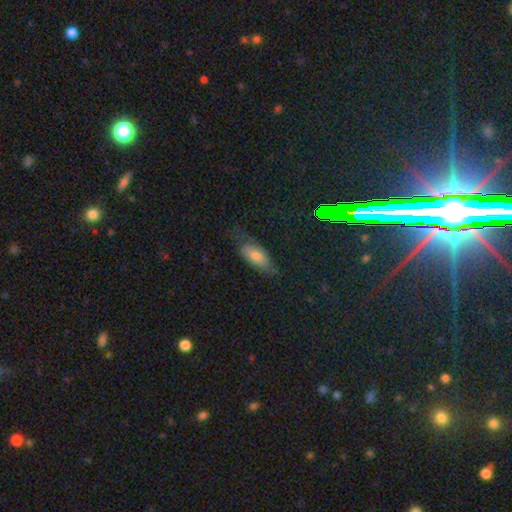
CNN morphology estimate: Smooth or featured?
  - smooth: 59% *
  - featured or disk: 28%
  - star or artifact: 13%
How rounded?
  - in between: 84% *
  - cigar-shaped: 12%
  - round: 4%
Merging?
  - none: 57% *
  - minor disturbance: 27%
  - major disturbance: 14%
  - merger: 2%